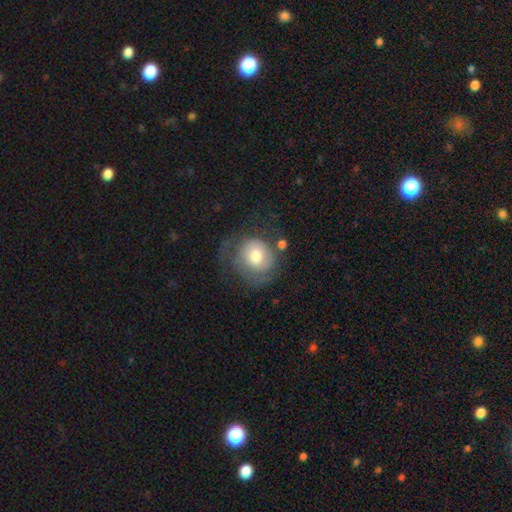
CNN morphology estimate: smooth_or_featured: smooth (p=0.52) [alt: featured or disk p=0.40]
how_rounded: round (p=0.82) [alt: in between p=0.17]
merging: none (p=0.49) [alt: minor disturbance p=0.23]